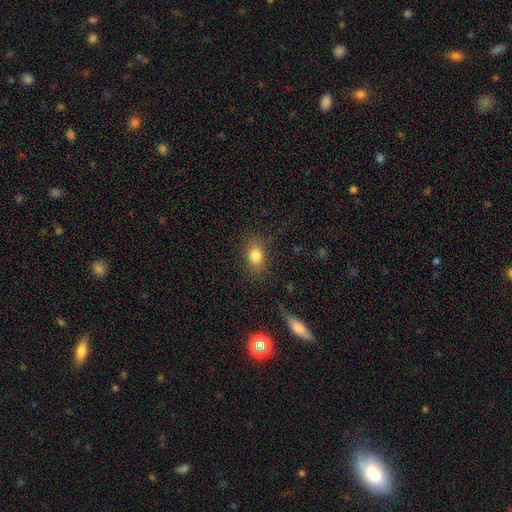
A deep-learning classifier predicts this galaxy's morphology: Q: Smooth or featured?
A: smooth (82%); runner-up: star or artifact (10%)
Q: How rounded?
A: in between (81%); runner-up: round (16%)
Q: Merging?
A: none (84%); runner-up: minor disturbance (11%)